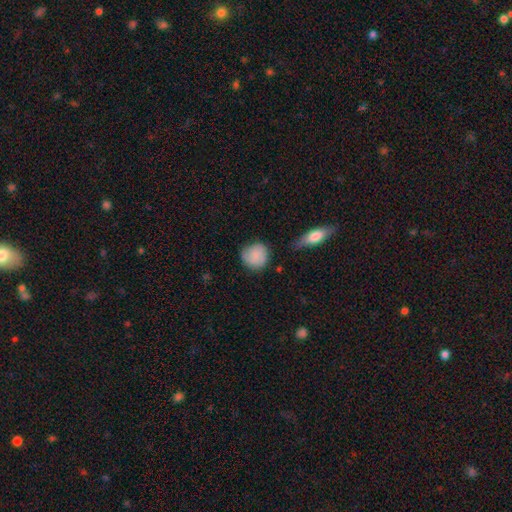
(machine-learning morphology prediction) type=smooth (83%); roundness=round (88%); merging=none (68%).